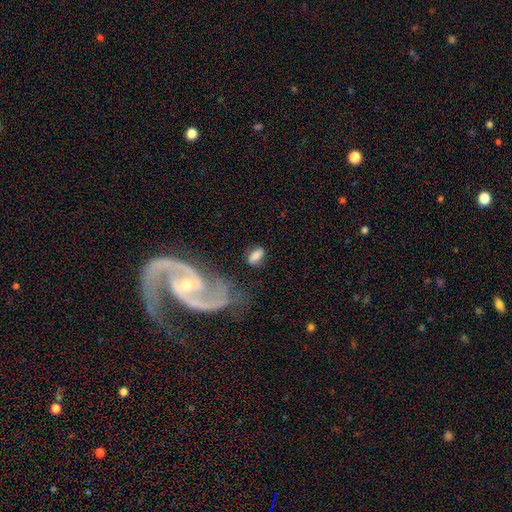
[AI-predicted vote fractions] This is likely a smooth galaxy (69%). How rounded: clearly in between (89%). Merging: likely none (66%).